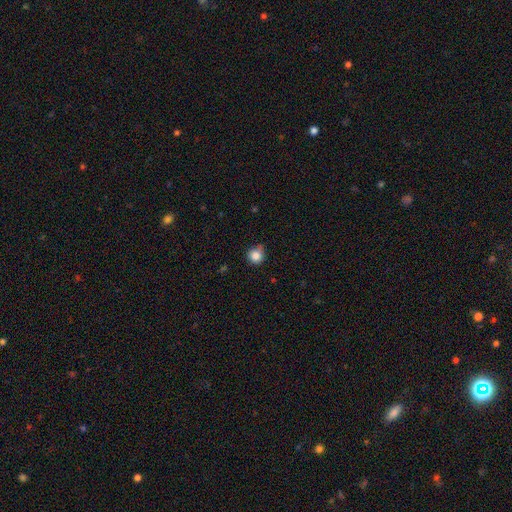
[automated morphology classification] Smooth or featured? Predicted: smooth (p=0.84). How rounded? Predicted: round (p=0.92). Merging? Predicted: none (p=0.70).